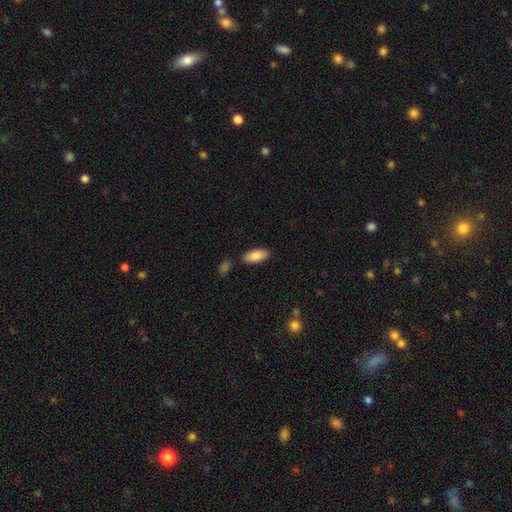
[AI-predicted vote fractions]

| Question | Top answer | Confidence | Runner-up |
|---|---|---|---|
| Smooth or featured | smooth | 86% | featured or disk (8%) |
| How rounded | in between | 87% | cigar-shaped (11%) |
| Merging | none | 84% | minor disturbance (10%) |